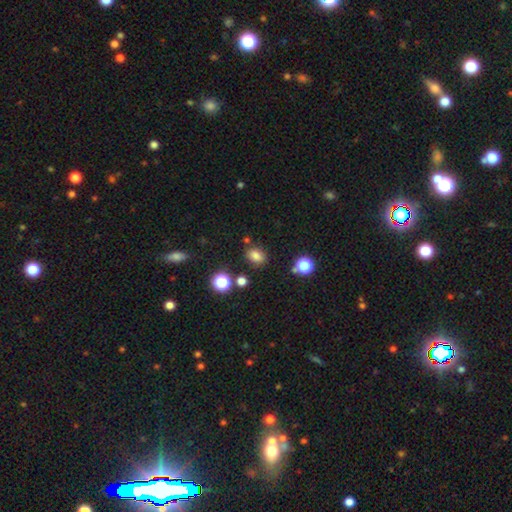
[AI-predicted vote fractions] Q: Smooth or featured?
A: smooth (79%); runner-up: star or artifact (15%)
Q: How rounded?
A: in between (66%); runner-up: round (33%)
Q: Merging?
A: none (80%); runner-up: minor disturbance (12%)